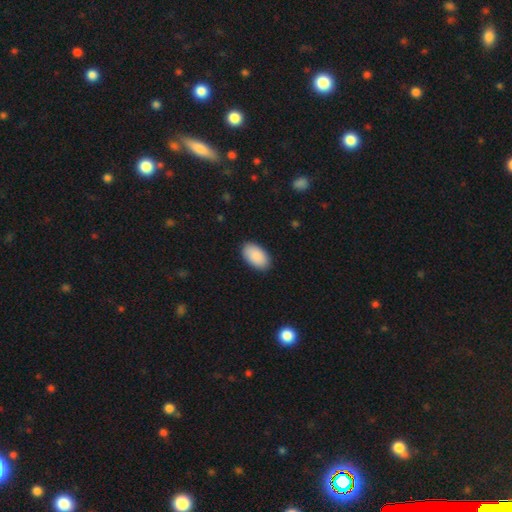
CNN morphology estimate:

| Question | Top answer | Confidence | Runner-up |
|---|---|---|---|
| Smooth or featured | smooth | 90% | star or artifact (6%) |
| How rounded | in between | 95% | round (3%) |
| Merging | none | 88% | minor disturbance (9%) |